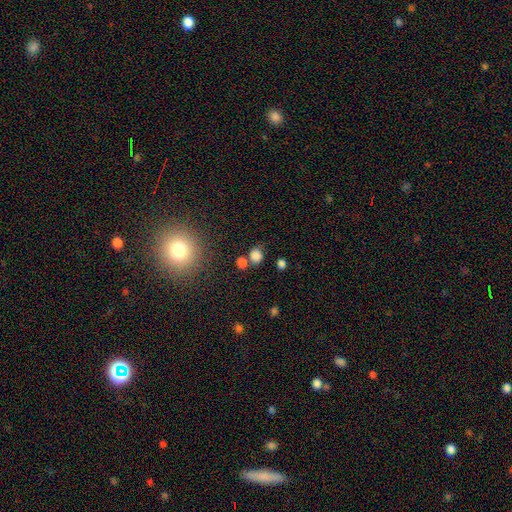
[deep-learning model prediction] smooth_or_featured: smooth (p=0.78) [alt: star or artifact p=0.15]
how_rounded: round (p=0.72) [alt: in between p=0.27]
merging: none (p=0.58) [alt: merger p=0.21]